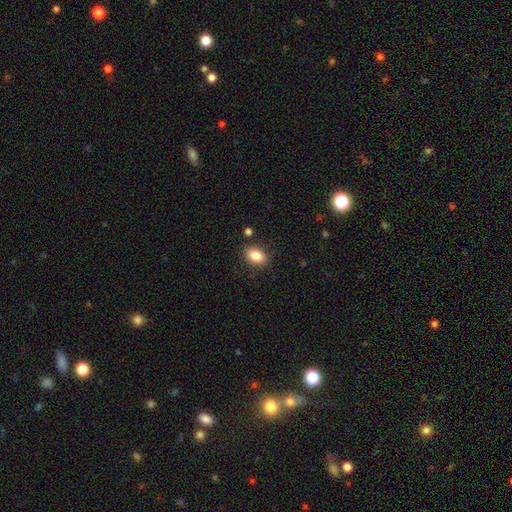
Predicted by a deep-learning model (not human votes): This is clearly a smooth galaxy (86%). How rounded: clearly in between (84%). Merging: clearly none (85%).